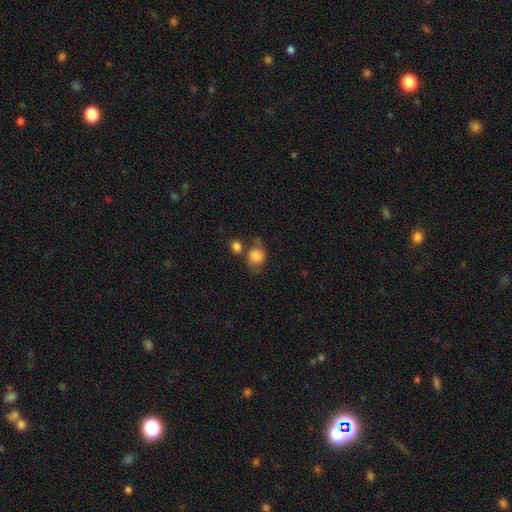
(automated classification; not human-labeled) A smooth galaxy with no disk features (79%) that is round (60%). Merging: none (44%).